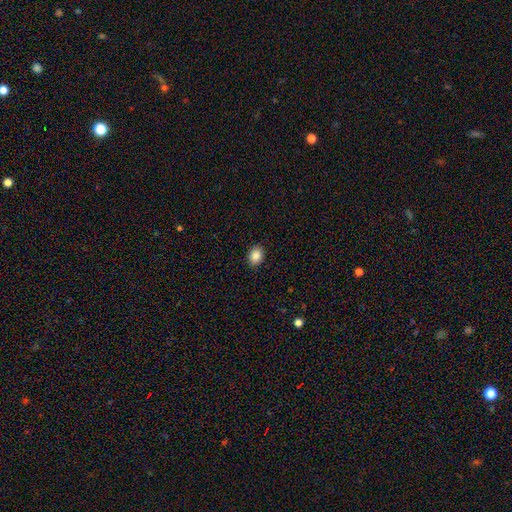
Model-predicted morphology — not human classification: Smooth or featured? Predicted: smooth (p=0.86). How rounded? Predicted: in between (p=0.63). Merging? Predicted: none (p=0.90).